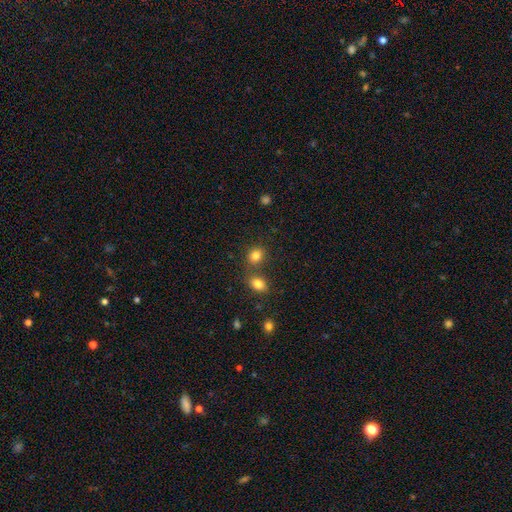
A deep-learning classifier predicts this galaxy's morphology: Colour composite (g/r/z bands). It shows a smooth galaxy with no disk features (82%) that is round (63%). Merging: none (63%).